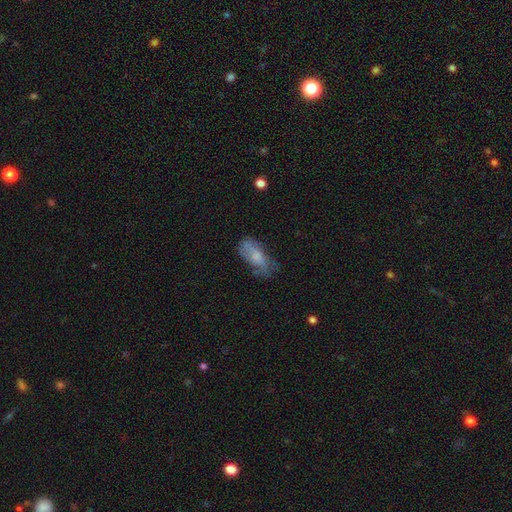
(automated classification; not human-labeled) Morphology: type=smooth (62%); roundness=in between (83%); merging=none (43%).